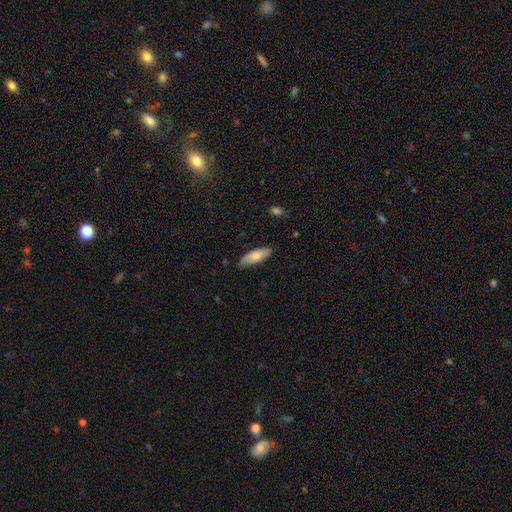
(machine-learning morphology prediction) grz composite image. It shows a smooth galaxy with no disk features (80%) that is in between round and cigar-shaped (58%). Merging: none (85%).